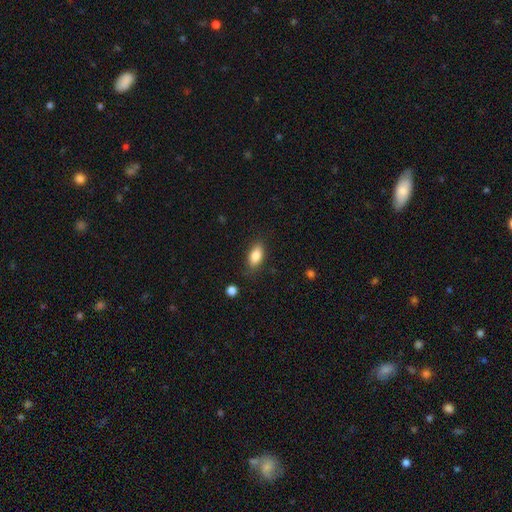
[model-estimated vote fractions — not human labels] A smooth galaxy with no disk features (84%) that is in between round and cigar-shaped (88%). Merging: none (82%).